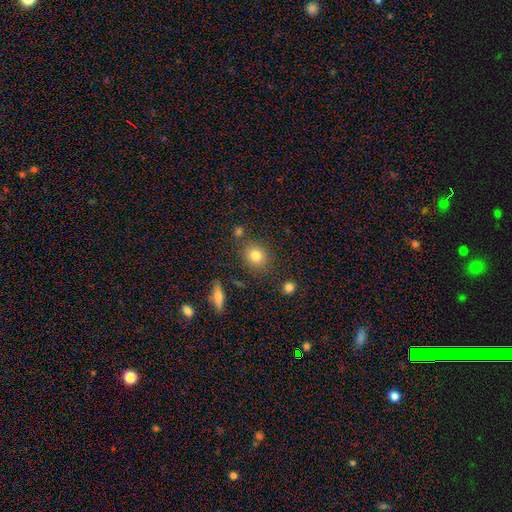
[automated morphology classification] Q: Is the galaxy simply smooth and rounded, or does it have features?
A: smooth — 80%.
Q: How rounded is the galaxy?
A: round — 75%.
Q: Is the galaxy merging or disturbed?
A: none — 81%.